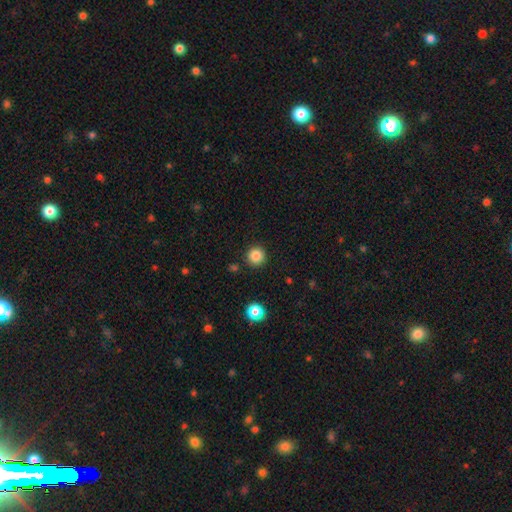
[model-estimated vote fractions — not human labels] A smooth galaxy with no disk features (85%) that is round (95%).

Vote fractions:
- Smooth or featured? smooth: 85% / star or artifact: 11% / featured or disk: 4%
- How rounded? round: 95% / in between: 4% / cigar-shaped: 1%
- Merging? none: 91% / minor disturbance: 6% / major disturbance: 2% / merger: 2%